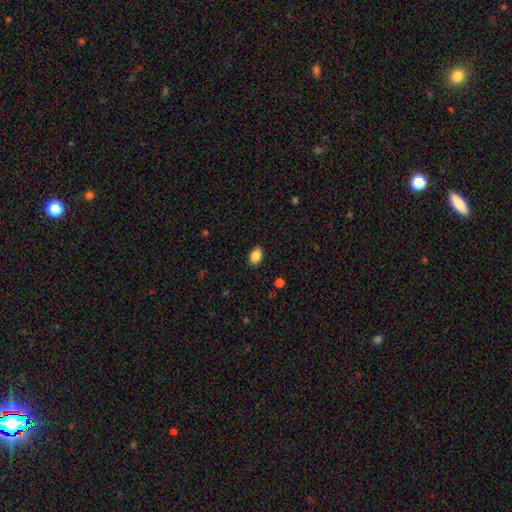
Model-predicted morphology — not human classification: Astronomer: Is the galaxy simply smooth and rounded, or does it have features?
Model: smooth — 88%.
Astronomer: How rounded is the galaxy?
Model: in between — 78%.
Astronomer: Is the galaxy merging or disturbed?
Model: none — 89%.